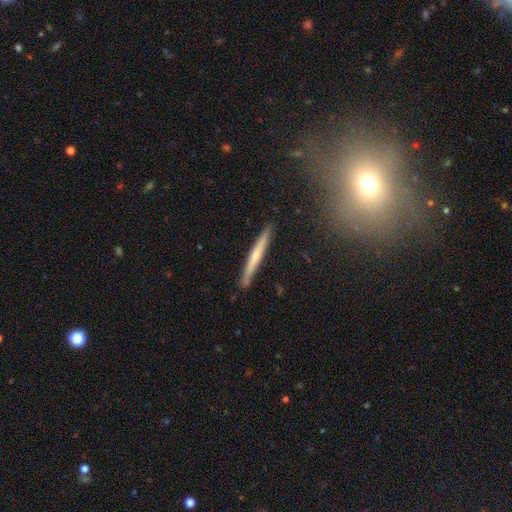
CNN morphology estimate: Smooth or featured?
  - featured or disk: 48% *
  - smooth: 46%
  - star or artifact: 7%
Merging?
  - none: 89% *
  - minor disturbance: 8%
  - merger: 2%
  - major disturbance: 1%